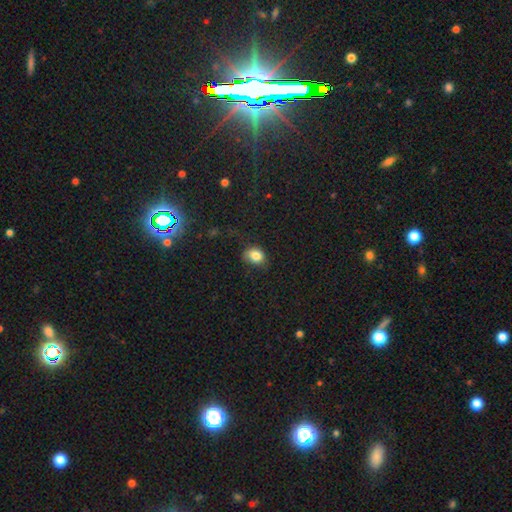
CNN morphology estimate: Overall: smooth (82%). How rounded: in between (53%; round 46%). Merging: none (61%; minor disturbance 27%).